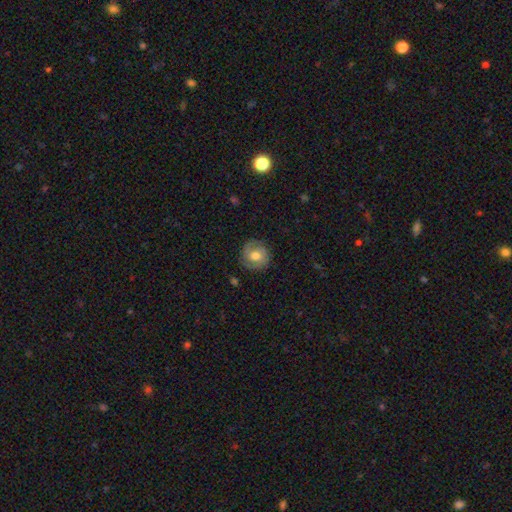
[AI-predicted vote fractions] Overall: smooth (50%; featured or disk 42%). How rounded: round (88%). Merging: none (81%).